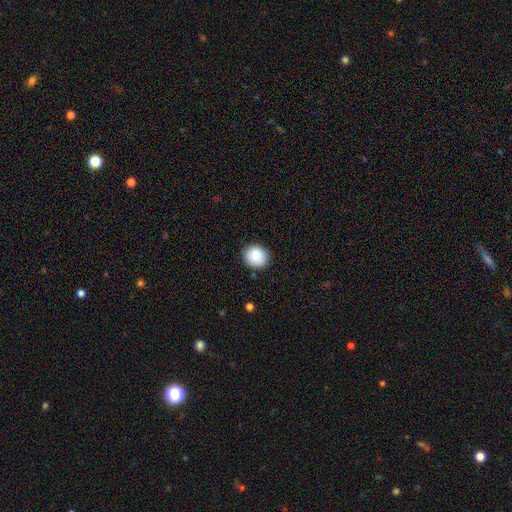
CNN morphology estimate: A smooth galaxy with no disk features (86%) that is round (82%). Merging: none (89%).